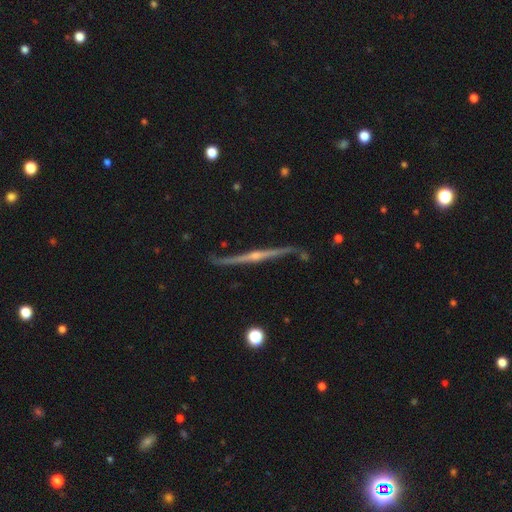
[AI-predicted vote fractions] This is clearly a featured or disk galaxy (84%). It is clearly viewed edge-on (93%). Edge-on bulge: likely rounded (75%). Merging: likely none (78%).